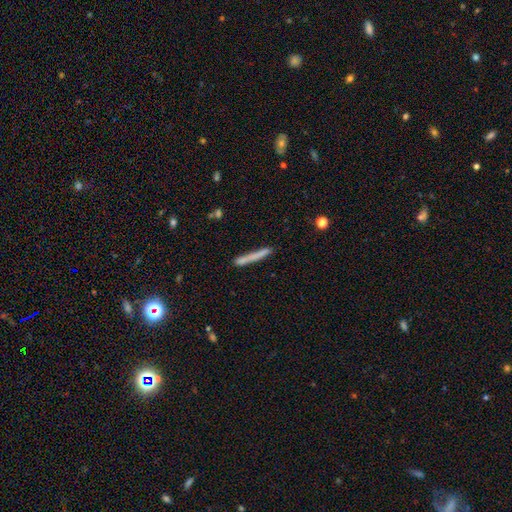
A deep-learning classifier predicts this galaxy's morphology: Smooth or featured? Predicted: smooth (p=0.71). How rounded? Predicted: cigar-shaped (p=0.96). Merging? Predicted: none (p=0.80).